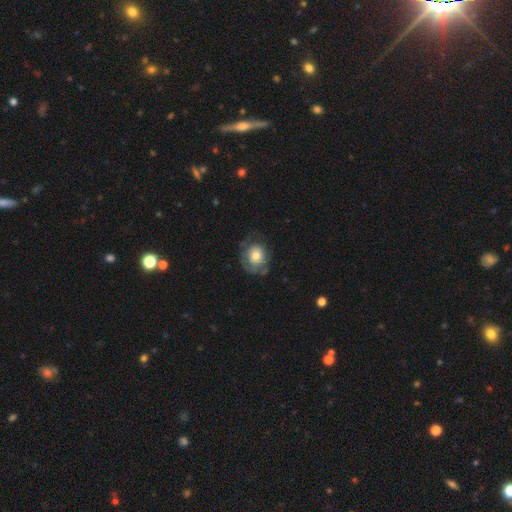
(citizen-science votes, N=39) A smooth galaxy with no disk features (72%) that is round (79%). Merging: none (61%).